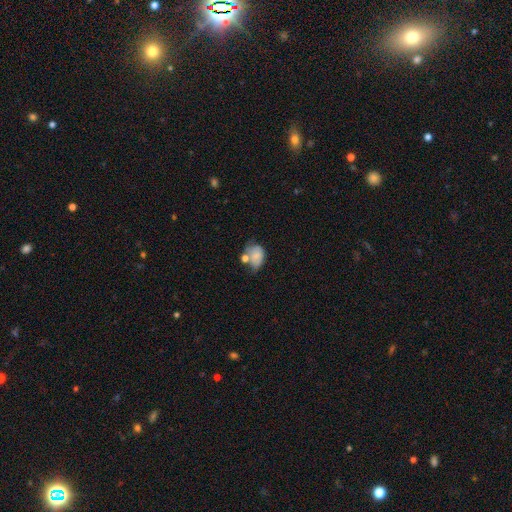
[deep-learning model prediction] A smooth galaxy with no disk features (71%) that is in between round and cigar-shaped (72%). Merging: none (29%).